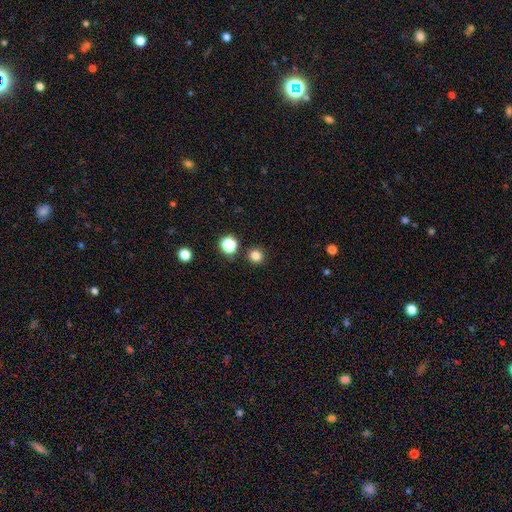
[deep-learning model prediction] smooth 82%, star or artifact 14%, featured or disk 4%. Down the decision tree: how rounded — round (93%); merging — none (89%).